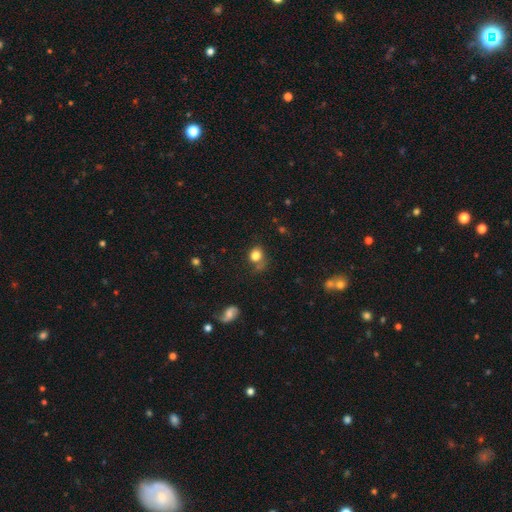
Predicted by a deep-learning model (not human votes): This appears to be a smooth galaxy with no disk features (80%) that is round (62%). Merging: none (55%).